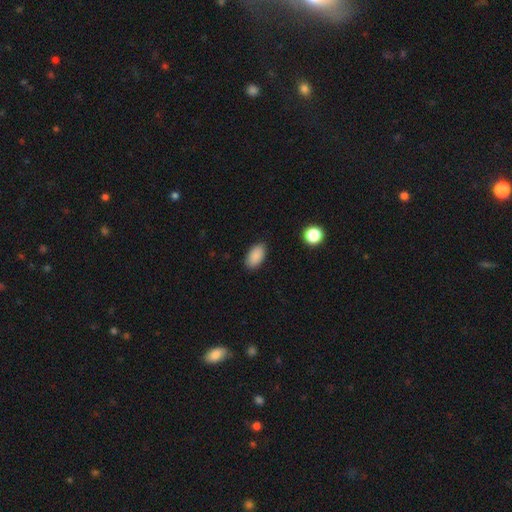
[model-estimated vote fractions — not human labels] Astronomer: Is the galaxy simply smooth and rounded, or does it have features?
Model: smooth — 89%.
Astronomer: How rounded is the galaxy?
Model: in between — 94%.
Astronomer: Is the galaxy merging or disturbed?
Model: none — 88%.